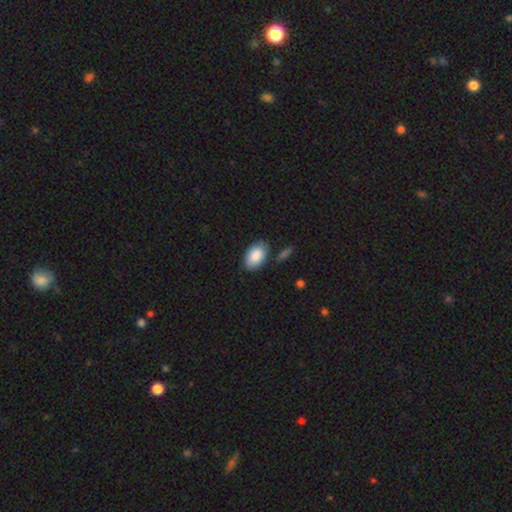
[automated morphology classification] Smooth or featured? Predicted: smooth (p=0.87). How rounded? Predicted: in between (p=0.93). Merging? Predicted: none (p=0.79).